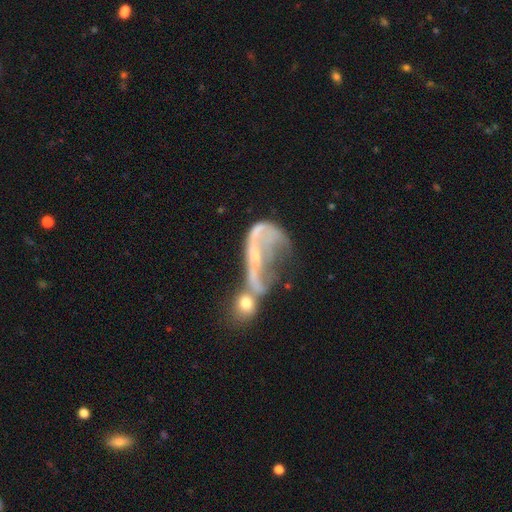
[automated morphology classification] A featured or disk galaxy (65%) with no bar (69%), no spiral arms (59%) and a small central bulge (47%). Merging: merger (55%).